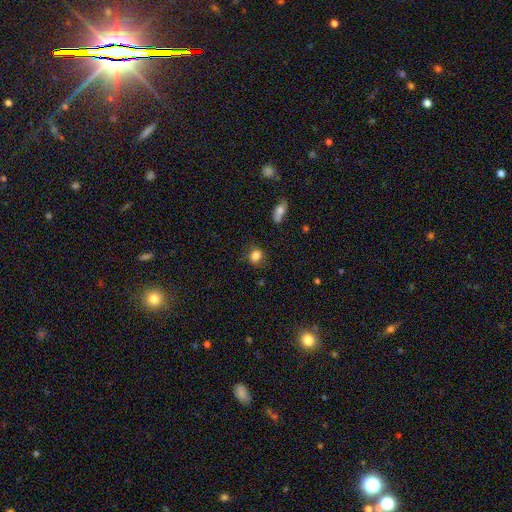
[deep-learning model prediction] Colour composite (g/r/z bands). It shows a smooth galaxy with no disk features (83%) that is round (69%). Merging: none (75%).